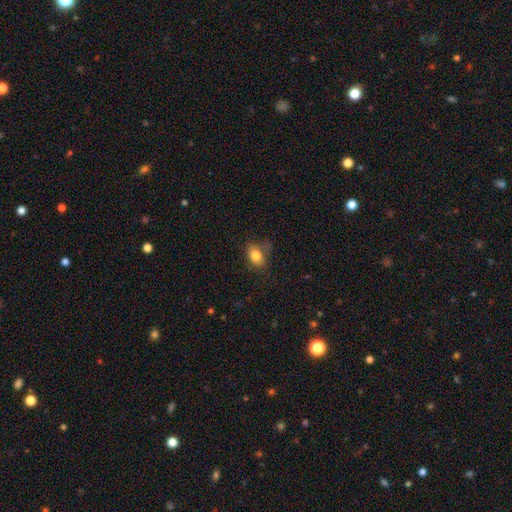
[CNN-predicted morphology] Smooth or featured?
  - smooth: 81% *
  - star or artifact: 10%
  - featured or disk: 9%
How rounded?
  - in between: 74% *
  - round: 24%
  - cigar-shaped: 2%
Merging?
  - none: 65% *
  - minor disturbance: 24%
  - major disturbance: 7%
  - merger: 3%